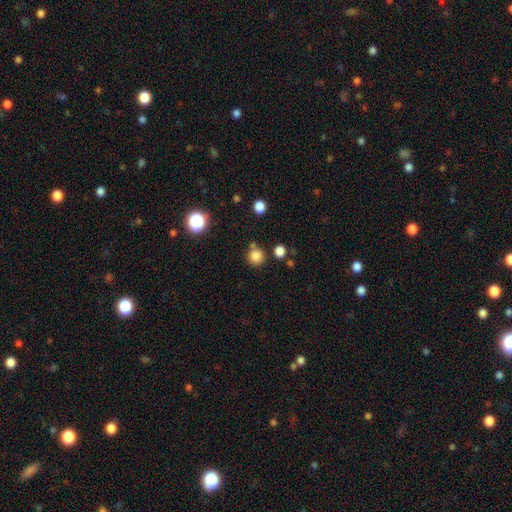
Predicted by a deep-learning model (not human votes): Overall: smooth (83%). How rounded: round (92%). Merging: none (75%).